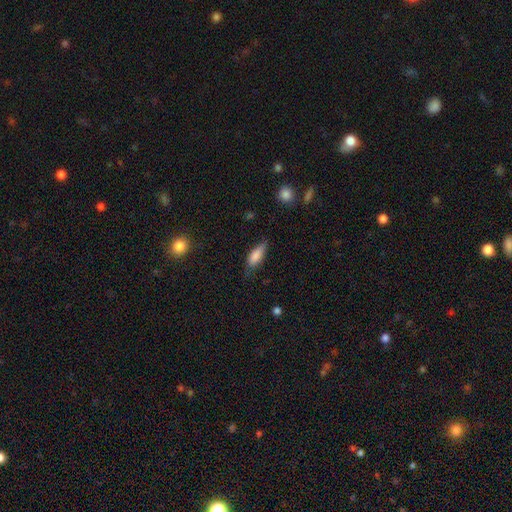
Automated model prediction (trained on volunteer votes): smooth_or_featured: smooth (p=0.82) [alt: featured or disk p=0.11]
how_rounded: in between (p=0.68) [alt: cigar-shaped p=0.29]
merging: none (p=0.63) [alt: minor disturbance p=0.29]